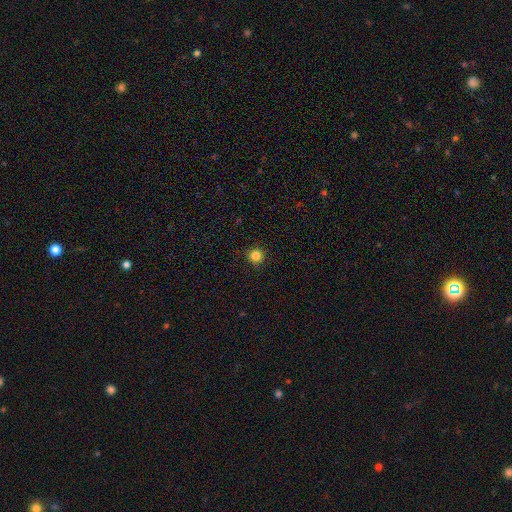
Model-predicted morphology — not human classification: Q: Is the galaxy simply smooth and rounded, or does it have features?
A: smooth — 84%.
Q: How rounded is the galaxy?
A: round — 96%.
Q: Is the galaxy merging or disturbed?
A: none — 92%.